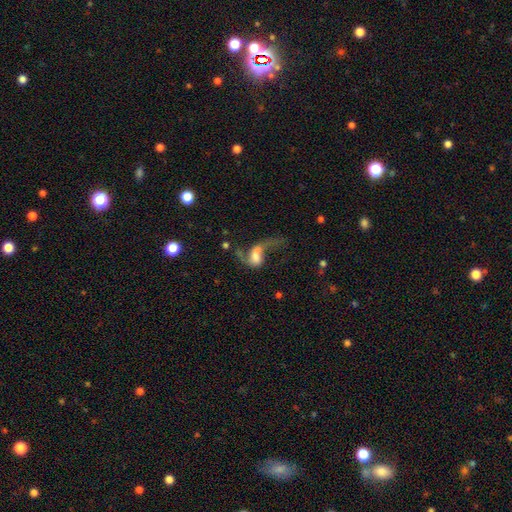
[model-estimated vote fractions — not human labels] Smooth or featured? Predicted: featured or disk (p=0.61). Edge-on disk? Predicted: no (p=0.95). Bar? Predicted: no (p=0.47). Spiral arms? Predicted: yes (p=0.78). Bulge size? Predicted: moderate (p=0.27). Merging? Predicted: major disturbance (p=0.48).